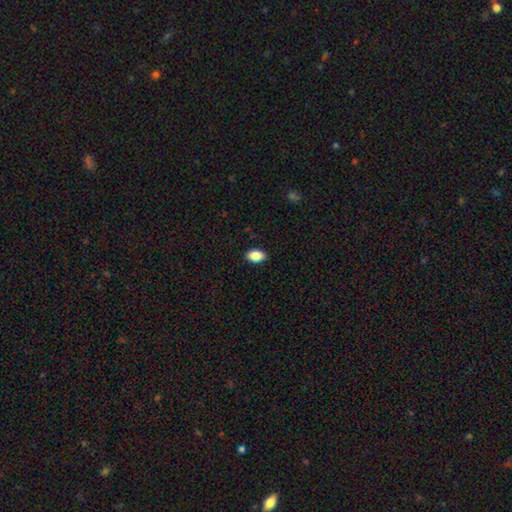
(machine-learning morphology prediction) Overall: smooth (87%). How rounded: in between (89%). Merging: none (90%).